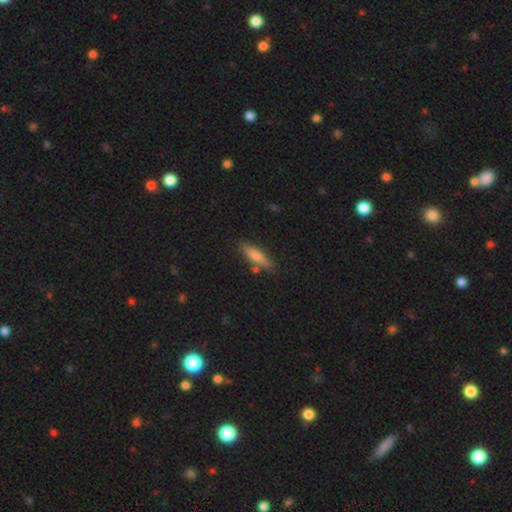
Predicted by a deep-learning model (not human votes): A smooth galaxy with no disk features (67%) that is cigar-shaped (72%). Merging: none (79%).